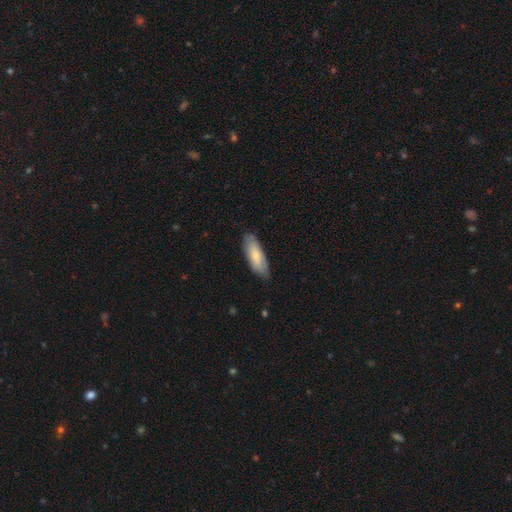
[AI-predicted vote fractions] Smooth or featured? Predicted: smooth (p=0.77). How rounded? Predicted: in between (p=0.64). Merging? Predicted: none (p=0.79).